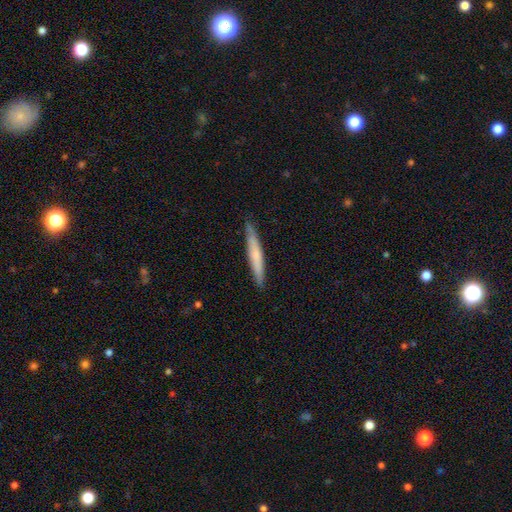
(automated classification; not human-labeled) smooth 59%, featured or disk 36%, star or artifact 5%. Down the decision tree: how rounded — cigar-shaped (95%); merging — none (87%).